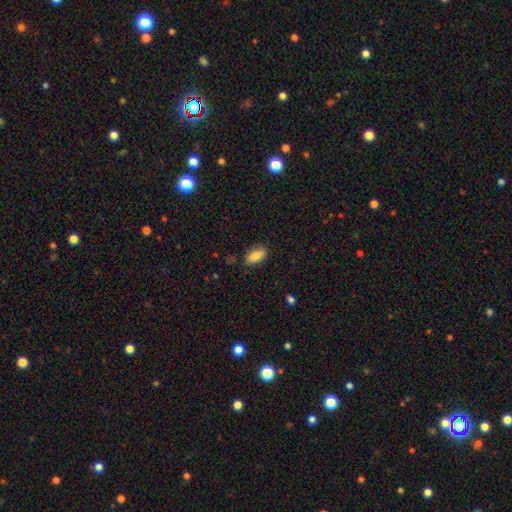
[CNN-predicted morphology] The model was most divided on "merging": none: 82%, minor disturbance: 14%, major disturbance: 3%, merger: 1%. More confident: how rounded — in between (90%); smooth or featured — smooth (82%).